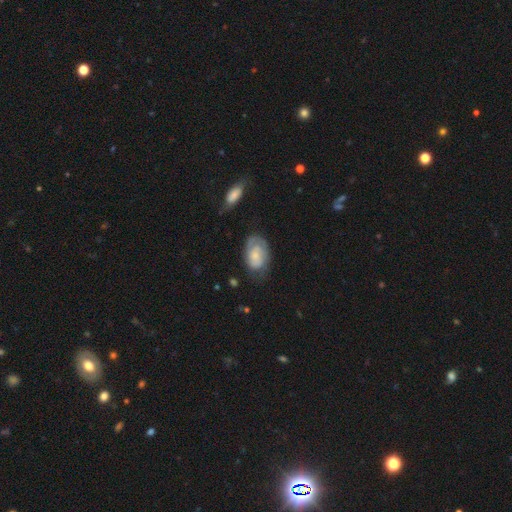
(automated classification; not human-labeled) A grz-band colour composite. It shows a featured or disk galaxy (47%). Merging: none (58%).